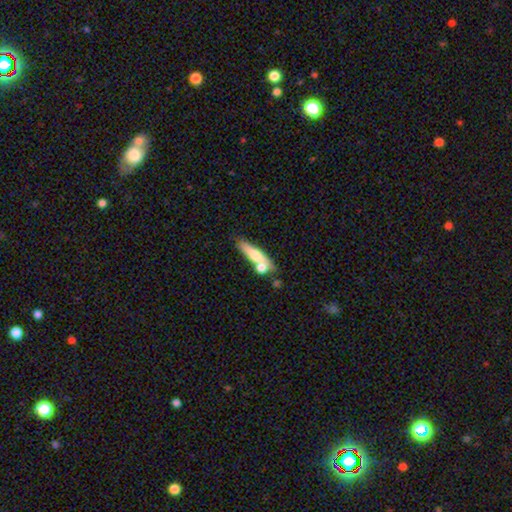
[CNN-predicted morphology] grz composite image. It shows a smooth galaxy with no disk features (63%) that is cigar-shaped (66%). Merging: none (47%).